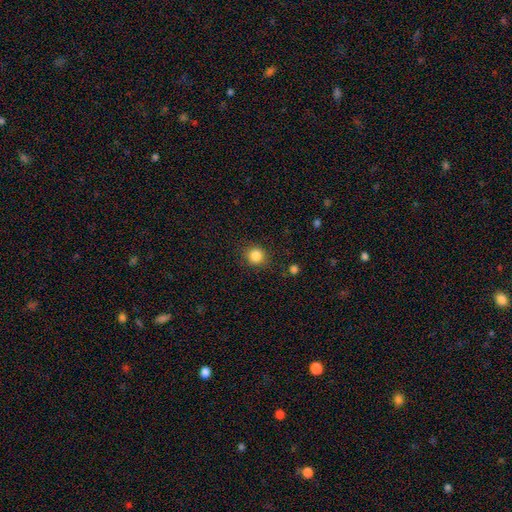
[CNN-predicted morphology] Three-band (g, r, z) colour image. It shows a smooth galaxy with no disk features (85%) that is round (90%). Merging: none (86%).